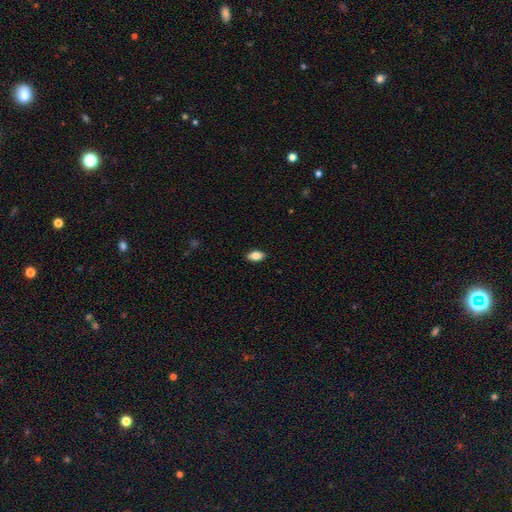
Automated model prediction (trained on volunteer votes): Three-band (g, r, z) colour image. It shows a smooth galaxy with no disk features (83%) that is in between round and cigar-shaped (90%). Merging: none (89%).